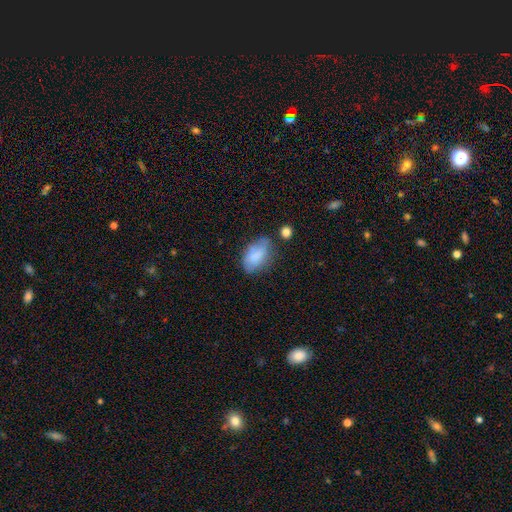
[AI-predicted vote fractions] This is likely a smooth galaxy (75%). How rounded: clearly in between (91%). Merging: possibly none (46%).